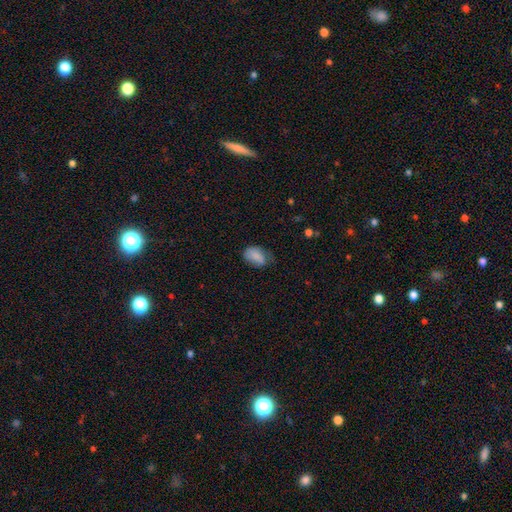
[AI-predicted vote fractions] smooth-or-featured: smooth: 82% | featured or disk: 10% | star or artifact: 8%
  how-rounded: in between: 86% | round: 12% | cigar-shaped: 1%
  merging: none: 51% | minor disturbance: 35% | major disturbance: 12% | merger: 2%